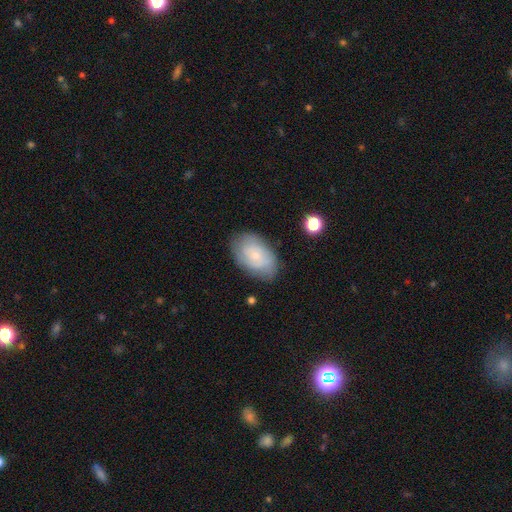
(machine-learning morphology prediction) A smooth galaxy with no disk features (55%) that is in between round and cigar-shaped (89%).

Vote fractions:
- Smooth or featured? smooth: 55% / featured or disk: 38% / star or artifact: 8%
- How rounded? in between: 89% / round: 9% / cigar-shaped: 1%
- Merging? none: 74% / minor disturbance: 19% / major disturbance: 5% / merger: 2%